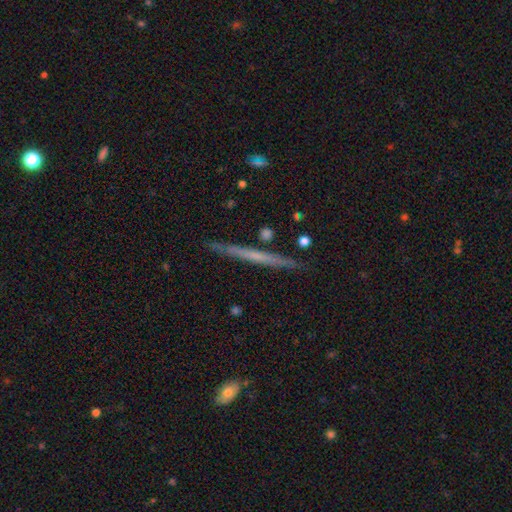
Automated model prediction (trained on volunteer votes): This is possibly a featured or disk galaxy (56%). It is clearly viewed edge-on (97%). Edge-on bulge: clearly none (84%). Merging: clearly none (89%).